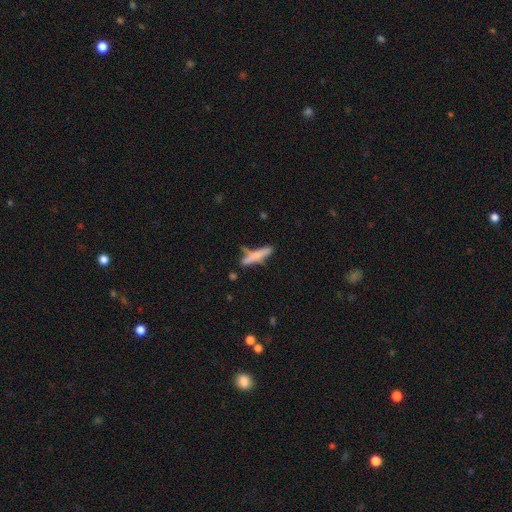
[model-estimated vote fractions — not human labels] smooth_or_featured: smooth (p=0.68) [alt: featured or disk p=0.25]
how_rounded: cigar-shaped (p=0.87) [alt: in between p=0.11]
merging: none (p=0.60) [alt: minor disturbance p=0.21]